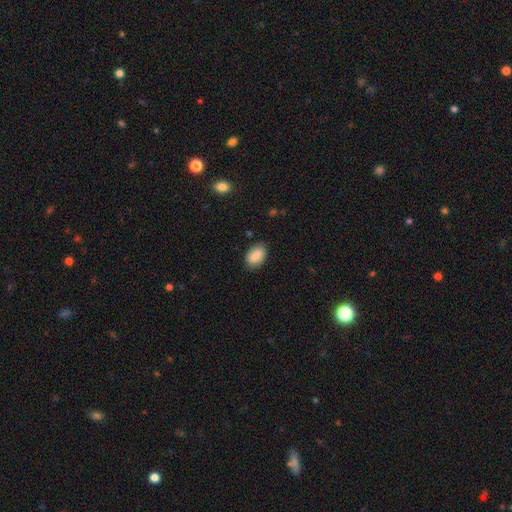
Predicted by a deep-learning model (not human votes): Overall: smooth (85%). How rounded: in between (91%). Merging: none (83%).